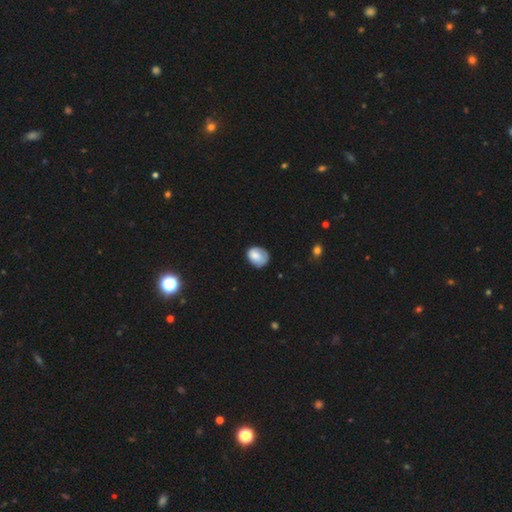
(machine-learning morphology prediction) Q: Smooth or featured?
A: smooth (79%); runner-up: featured or disk (14%)
Q: How rounded?
A: in between (50%); runner-up: round (49%)
Q: Merging?
A: none (58%); runner-up: minor disturbance (31%)